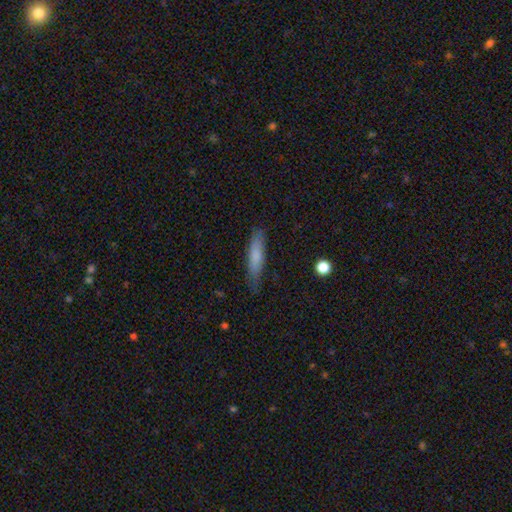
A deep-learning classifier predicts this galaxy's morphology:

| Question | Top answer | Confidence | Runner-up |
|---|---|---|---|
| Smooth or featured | smooth | 76% | featured or disk (18%) |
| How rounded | cigar-shaped | 80% | in between (18%) |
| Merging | none | 77% | minor disturbance (18%) |